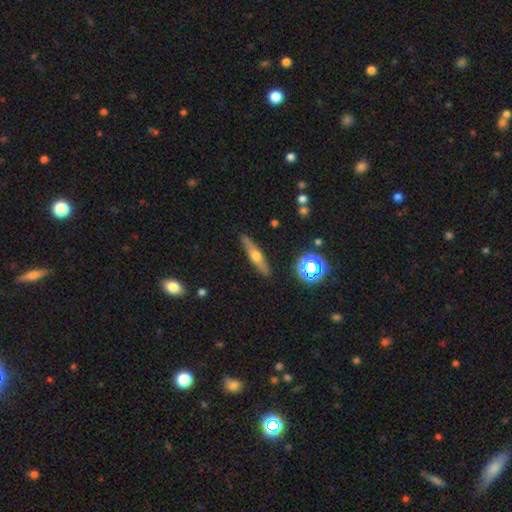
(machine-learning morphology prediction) Smooth or featured: featured or disk — 56% (smooth — 35%)
Edge-on disk: yes — 93% (no — 7%)
Edge-on bulge: rounded — 90% (none — 5%)
Merging: none — 87% (minor disturbance — 9%)